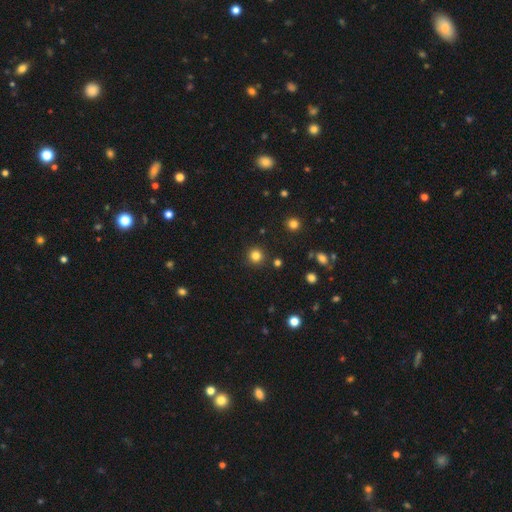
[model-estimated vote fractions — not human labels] This appears to be a smooth galaxy with no disk features (82%) that is round (94%). Merging: none (90%).